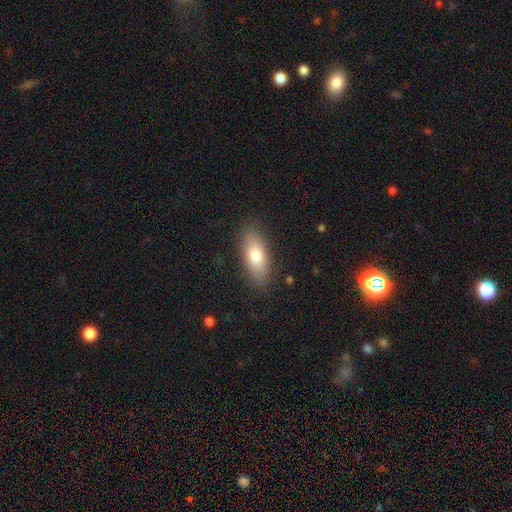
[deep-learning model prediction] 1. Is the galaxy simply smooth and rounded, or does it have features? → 77% smooth, 16% featured or disk, 7% star or artifact.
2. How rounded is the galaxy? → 75% in between, 22% cigar-shaped, 3% round.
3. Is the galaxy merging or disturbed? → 86% none, 10% minor disturbance, 3% major disturbance, 1% merger.